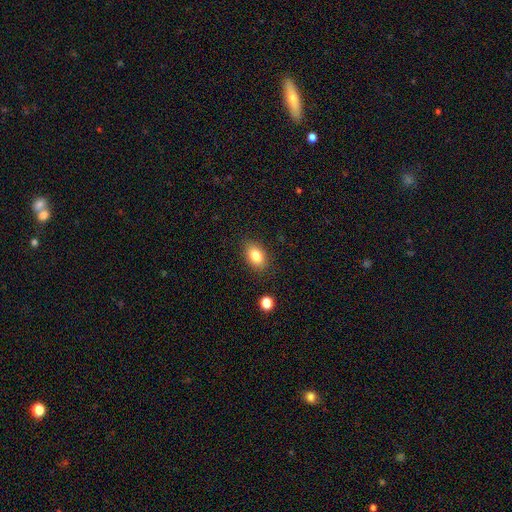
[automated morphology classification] Smooth or featured? smooth (82%)
How rounded? in between (84%)
Merging? none (85%)